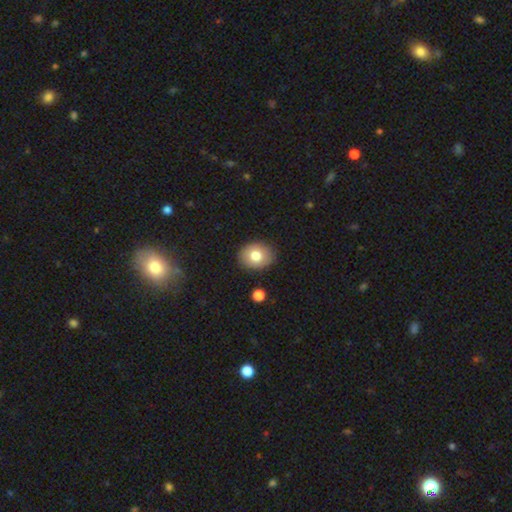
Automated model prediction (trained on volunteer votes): A smooth galaxy with no disk features (78%) that is in between round and cigar-shaped (50%).

Vote fractions:
- Smooth or featured? smooth: 78% / featured or disk: 13% / star or artifact: 9%
- How rounded? in between: 50% / round: 49% / cigar-shaped: 1%
- Merging? none: 86% / minor disturbance: 10% / major disturbance: 2% / merger: 2%